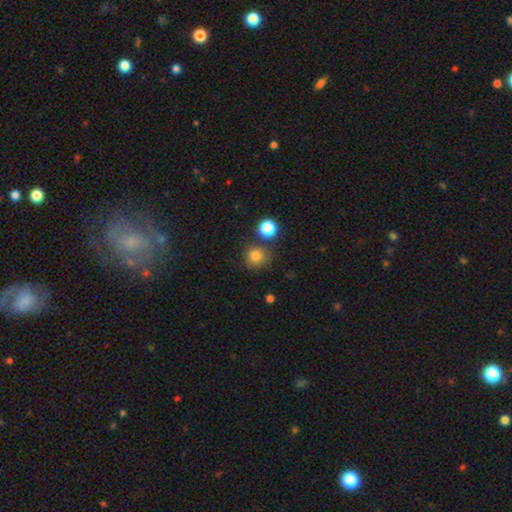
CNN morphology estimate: smooth_or_featured: smooth (p=0.82) [alt: star or artifact p=0.13]
how_rounded: round (p=0.91) [alt: in between p=0.08]
merging: none (p=0.74) [alt: merger p=0.12]